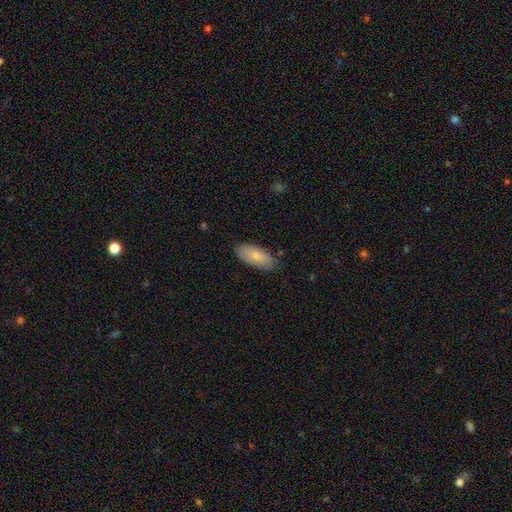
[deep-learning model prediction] A smooth galaxy with no disk features (78%) that is in between round and cigar-shaped (89%).

Vote fractions:
- Smooth or featured? smooth: 78% / featured or disk: 16% / star or artifact: 6%
- How rounded? in between: 89% / cigar-shaped: 9% / round: 2%
- Merging? none: 81% / minor disturbance: 15% / major disturbance: 3% / merger: 1%